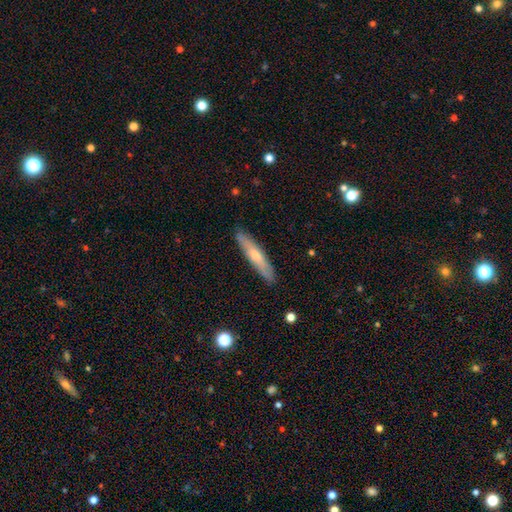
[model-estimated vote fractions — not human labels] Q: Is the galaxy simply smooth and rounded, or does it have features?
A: smooth — 55%.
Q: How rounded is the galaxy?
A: cigar-shaped — 89%.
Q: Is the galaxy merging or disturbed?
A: none — 89%.